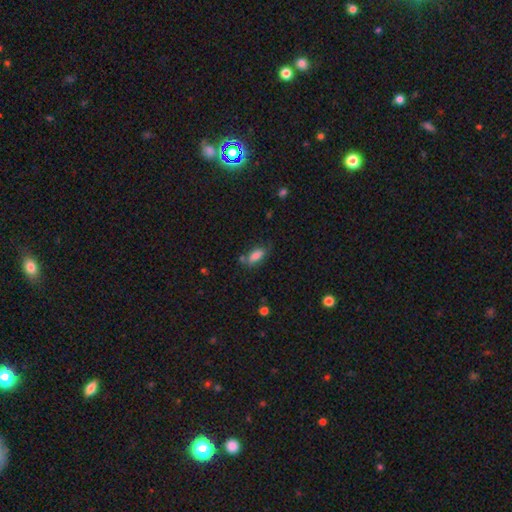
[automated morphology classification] smooth-or-featured: smooth: 80% | featured or disk: 11% | star or artifact: 9%
  how-rounded: in between: 87% | cigar-shaped: 10% | round: 3%
  merging: none: 62% | minor disturbance: 22% | merger: 10% | major disturbance: 7%